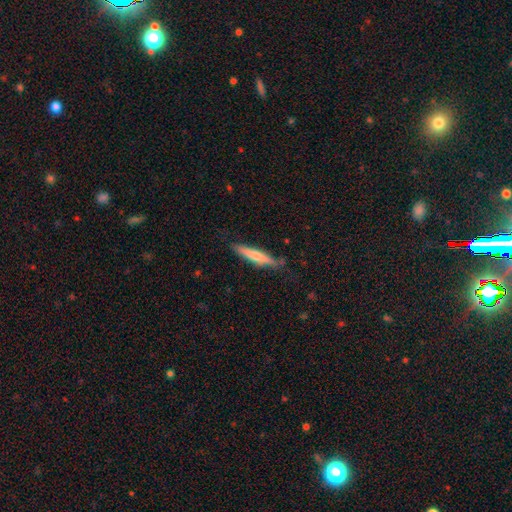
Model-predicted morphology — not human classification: A smooth galaxy with no disk features (60%) that is cigar-shaped (90%). Merging: none (79%).